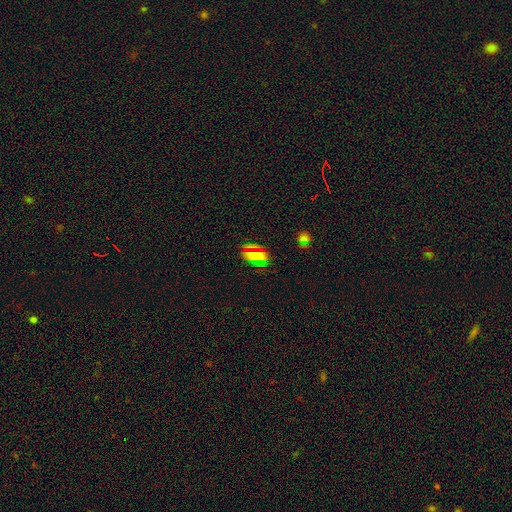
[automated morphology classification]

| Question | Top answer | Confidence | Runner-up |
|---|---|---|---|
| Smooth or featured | smooth | 65% | star or artifact (26%) |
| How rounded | in between | 85% | round (9%) |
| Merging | none | 78% | minor disturbance (15%) |